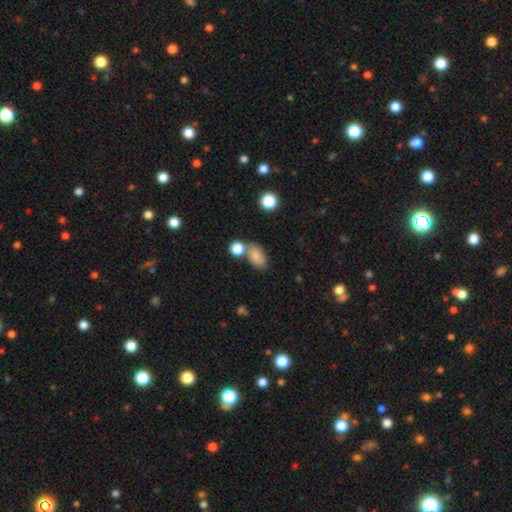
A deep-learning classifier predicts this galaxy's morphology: Q: Smooth or featured?
A: smooth (81%); runner-up: star or artifact (10%)
Q: How rounded?
A: in between (86%); runner-up: round (12%)
Q: Merging?
A: none (56%); runner-up: merger (23%)